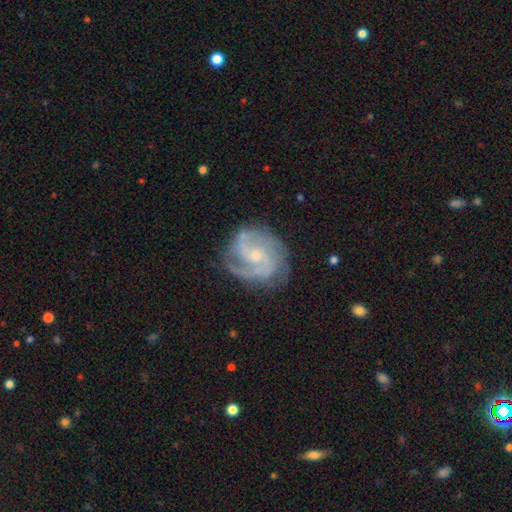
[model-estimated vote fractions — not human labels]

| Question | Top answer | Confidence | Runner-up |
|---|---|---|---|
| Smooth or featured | featured or disk | 89% | smooth (6%) |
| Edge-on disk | no | 98% | yes (2%) |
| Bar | no | 51% | weak (41%) |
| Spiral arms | yes | 97% | no (3%) |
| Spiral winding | medium | 49% | tight (37%) |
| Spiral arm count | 2 | 49% | 3 (28%) |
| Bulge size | small | 63% | moderate (32%) |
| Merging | none | 73% | minor disturbance (18%) |